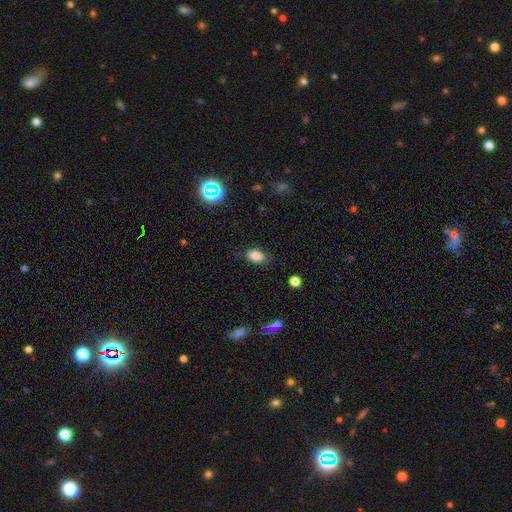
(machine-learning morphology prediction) A smooth galaxy with no disk features (84%) that is in between round and cigar-shaped (88%).

Vote fractions:
- Smooth or featured? smooth: 84% / star or artifact: 10% / featured or disk: 5%
- How rounded? in between: 88% / round: 10% / cigar-shaped: 2%
- Merging? none: 81% / minor disturbance: 14% / major disturbance: 4% / merger: 1%